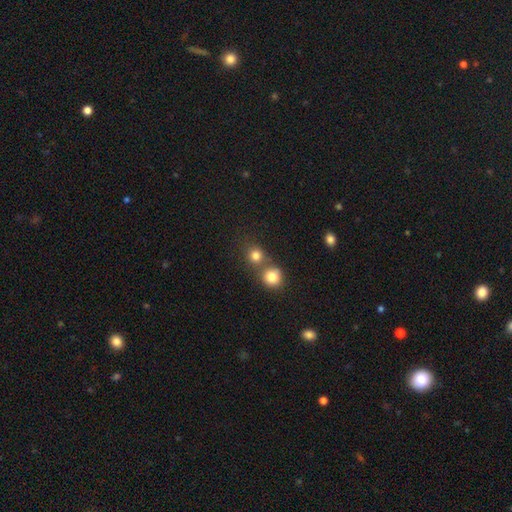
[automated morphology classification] Smooth or featured? smooth (80%)
How rounded? round (88%)
Merging? none (56%)